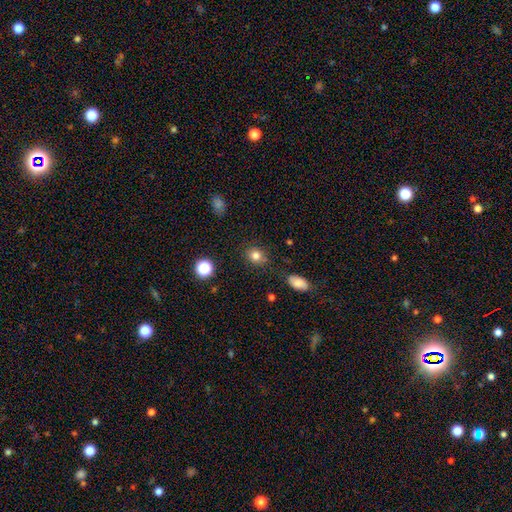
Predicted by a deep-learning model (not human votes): Smooth or featured?
  - smooth: 81% *
  - star or artifact: 12%
  - featured or disk: 7%
How rounded?
  - round: 70% *
  - in between: 29%
  - cigar-shaped: 1%
Merging?
  - none: 82% *
  - minor disturbance: 12%
  - major disturbance: 3%
  - merger: 3%